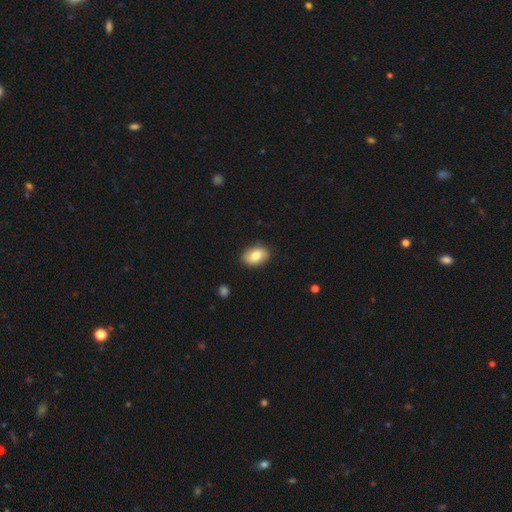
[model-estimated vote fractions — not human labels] Smooth or featured? Predicted: smooth (p=0.78). How rounded? Predicted: in between (p=0.85). Merging? Predicted: none (p=0.86).